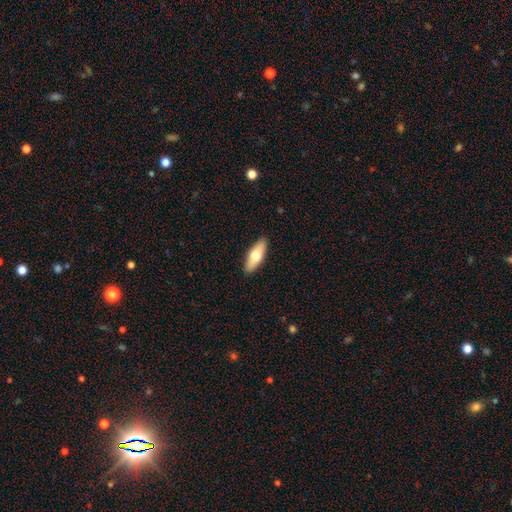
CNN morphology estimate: Smooth or featured? smooth (64%)
How rounded? in between (67%)
Merging? none (90%)